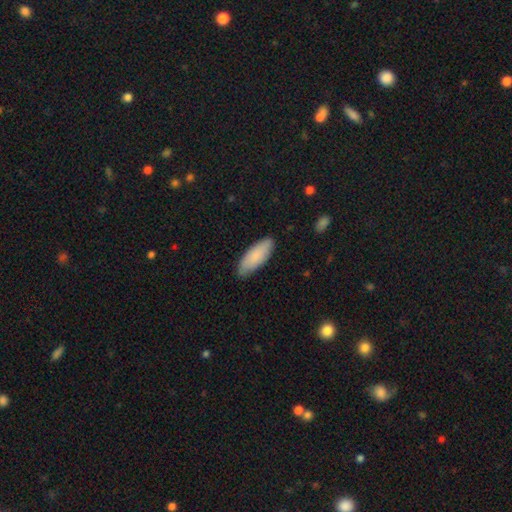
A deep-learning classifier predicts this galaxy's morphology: A smooth galaxy with no disk features (84%) that is in between round and cigar-shaped (71%).

Vote fractions:
- Smooth or featured? smooth: 84% / featured or disk: 10% / star or artifact: 5%
- How rounded? in between: 71% / cigar-shaped: 27% / round: 2%
- Merging? none: 83% / minor disturbance: 14% / major disturbance: 2% / merger: 1%